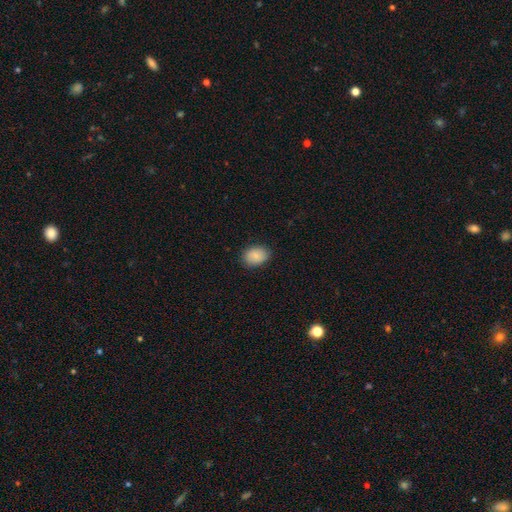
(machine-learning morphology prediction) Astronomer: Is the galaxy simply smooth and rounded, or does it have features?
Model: smooth — 87%.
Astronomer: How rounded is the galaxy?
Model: in between — 71%.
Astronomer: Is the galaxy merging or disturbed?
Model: none — 85%.